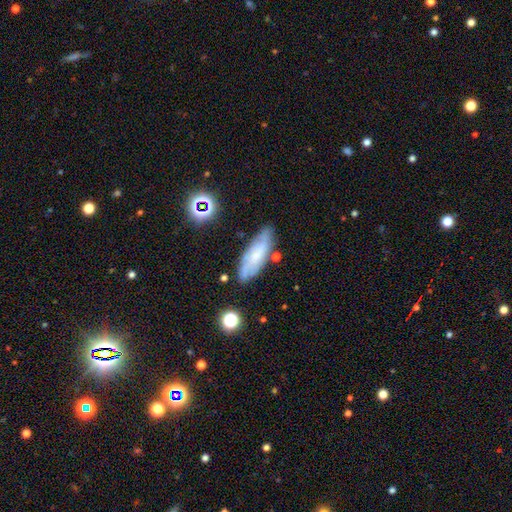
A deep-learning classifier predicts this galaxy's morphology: This is possibly a smooth galaxy (46%). Merging: likely none (74%).